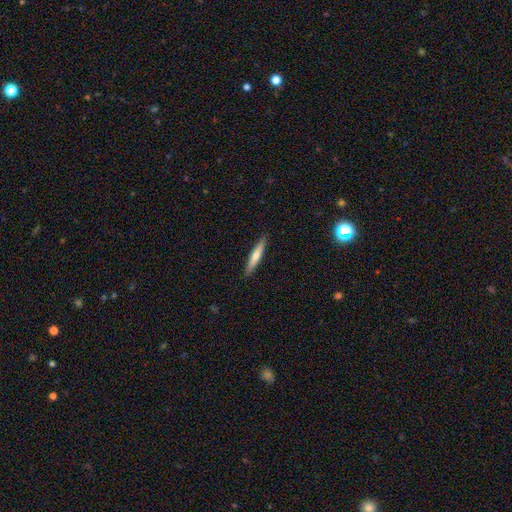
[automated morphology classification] Overall: smooth (62%; featured or disk 33%). How rounded: cigar-shaped (92%). Merging: none (91%).